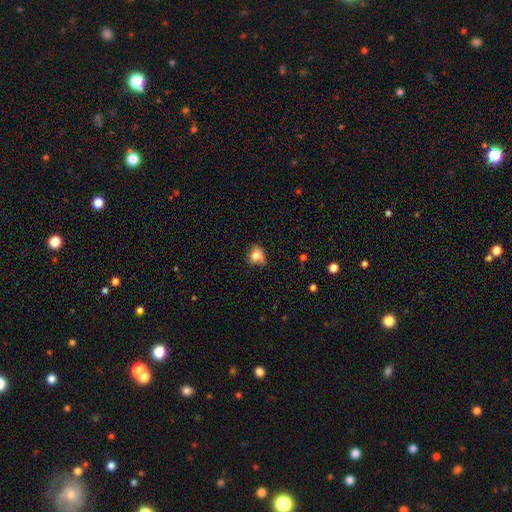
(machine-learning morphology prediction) A smooth galaxy with no disk features (72%) that is round (53%). Merging: none (49%).